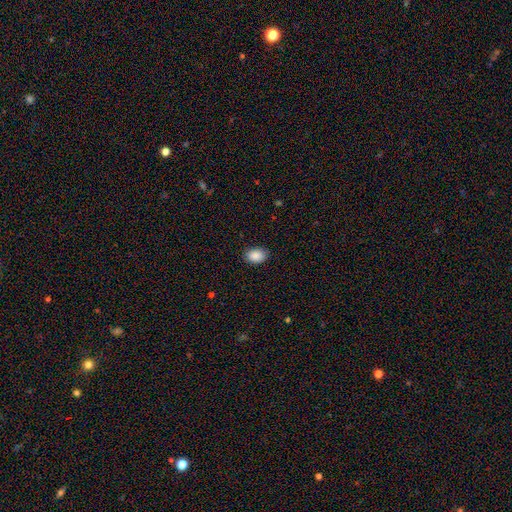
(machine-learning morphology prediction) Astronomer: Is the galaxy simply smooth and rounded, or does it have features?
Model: smooth — 89%.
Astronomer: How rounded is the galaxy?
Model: in between — 82%.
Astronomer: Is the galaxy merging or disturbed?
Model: none — 87%.